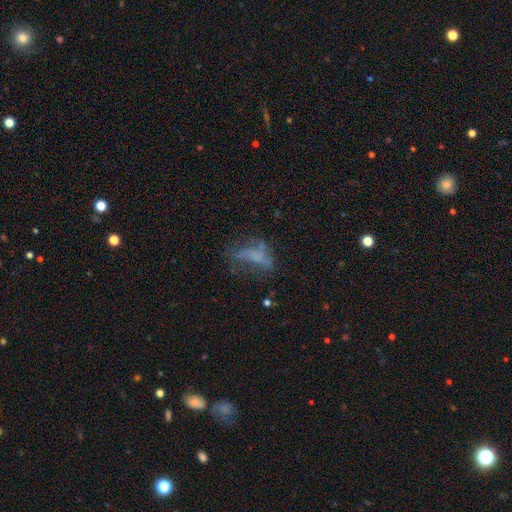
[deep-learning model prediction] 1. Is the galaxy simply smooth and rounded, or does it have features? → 42% smooth, 41% featured or disk, 18% star or artifact.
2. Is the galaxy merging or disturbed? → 36% major disturbance (tied), 36% none (tied), 22% minor disturbance, 7% merger.